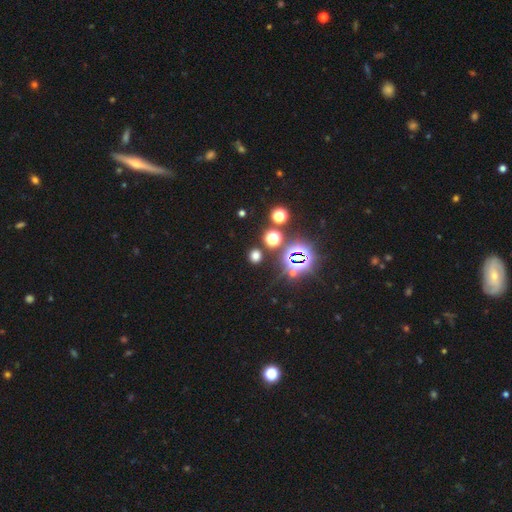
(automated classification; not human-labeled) This appears to be a smooth galaxy with no disk features (60%) that is round (79%). Merging: none (84%).